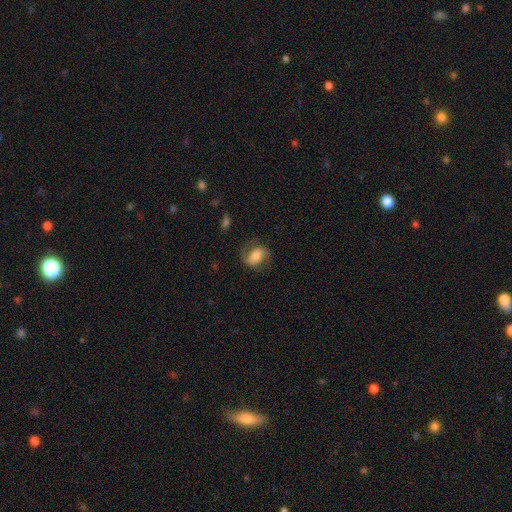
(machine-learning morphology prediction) Smooth or featured? featured or disk (59%)
Edge-on disk? no (97%)
Bar? no (40%)
Spiral arms? yes (90%)
Spiral winding? medium (48%)
Spiral arm count? 2 (82%)
Bulge size? moderate (46%)
Merging? none (67%)